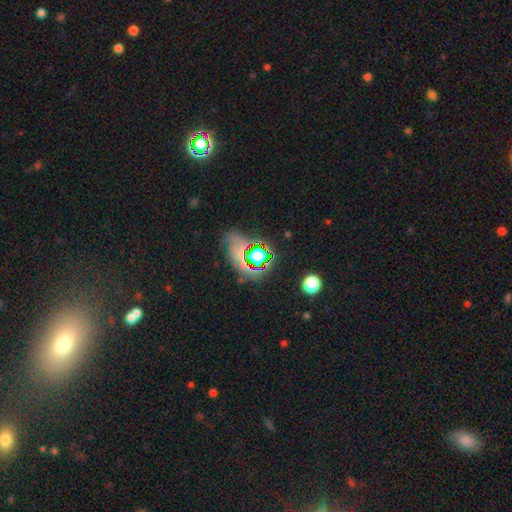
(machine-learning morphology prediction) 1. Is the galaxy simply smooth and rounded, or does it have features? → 52% star or artifact, 28% smooth, 20% featured or disk.